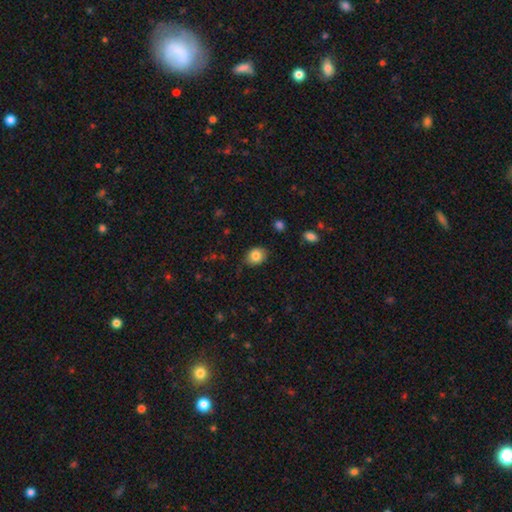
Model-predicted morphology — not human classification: Smooth or featured?
  - smooth: 85% *
  - star or artifact: 9%
  - featured or disk: 6%
How rounded?
  - round: 58% *
  - in between: 41%
  - cigar-shaped: 1%
Merging?
  - none: 79% *
  - minor disturbance: 16%
  - major disturbance: 3%
  - merger: 1%